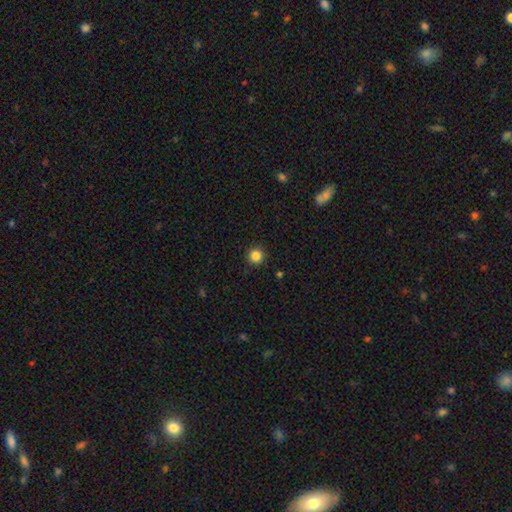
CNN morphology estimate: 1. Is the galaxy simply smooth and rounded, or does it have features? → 85% smooth, 11% star or artifact, 4% featured or disk.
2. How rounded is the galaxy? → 96% round, 3% in between, 1% cigar-shaped.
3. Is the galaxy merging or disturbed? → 92% none, 5% minor disturbance, 2% major disturbance, 1% merger.